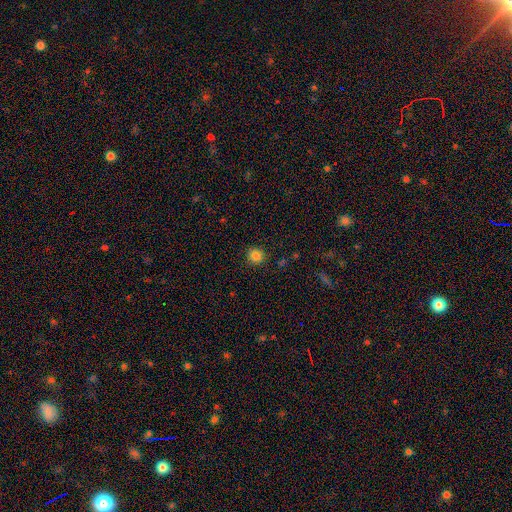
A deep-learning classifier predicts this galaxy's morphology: This appears to be a smooth galaxy with no disk features (83%) that is round (91%). Merging: none (90%).